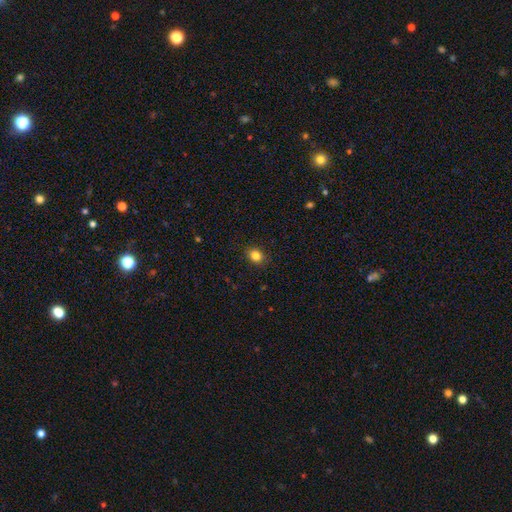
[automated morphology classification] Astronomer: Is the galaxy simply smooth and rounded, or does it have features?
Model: smooth — 84%.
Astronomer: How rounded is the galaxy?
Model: round — 53% (runner-up: in between, 46%).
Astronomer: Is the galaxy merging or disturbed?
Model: none — 90%.